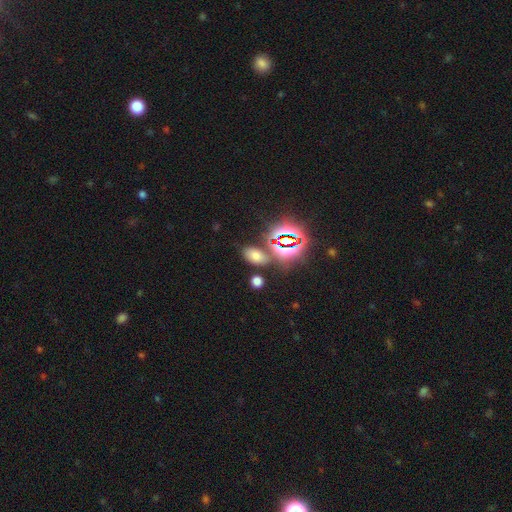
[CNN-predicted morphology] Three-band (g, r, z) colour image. It shows a smooth galaxy with no disk features (57%) that is in between round and cigar-shaped (87%). Merging: none (78%).